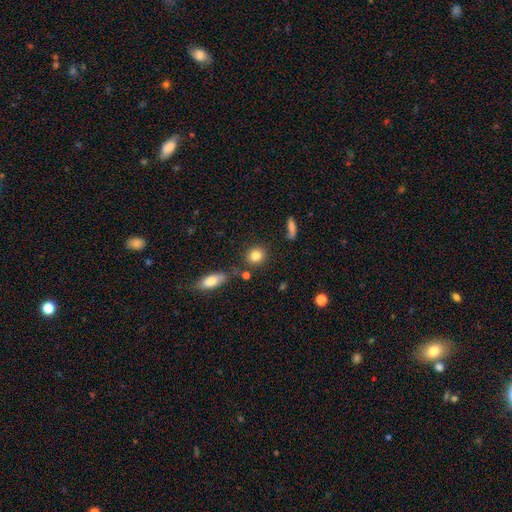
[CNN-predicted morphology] type=smooth (83%); roundness=round (77%); merging=none (80%).